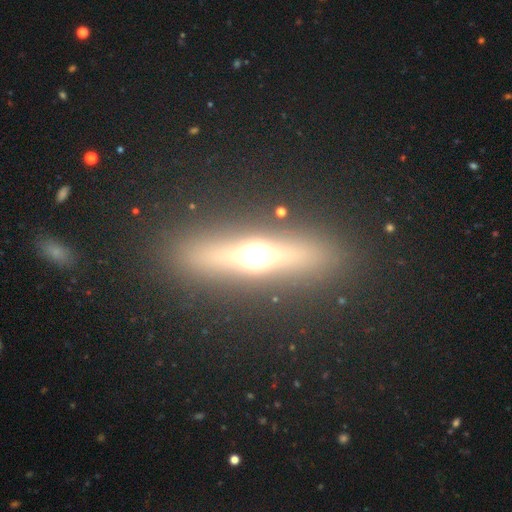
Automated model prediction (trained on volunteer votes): Overall: featured or disk (48%; smooth 35%). Merging: none (81%).